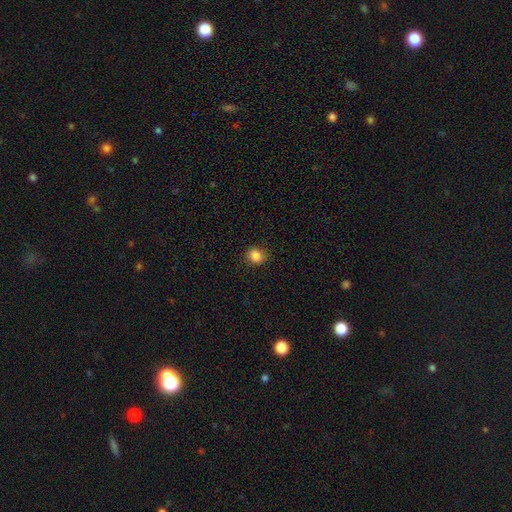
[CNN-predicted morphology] A smooth galaxy with no disk features (86%) that is round (77%).

Vote fractions:
- Smooth or featured? smooth: 86% / star or artifact: 10% / featured or disk: 4%
- How rounded? round: 77% / in between: 22% / cigar-shaped: 1%
- Merging? none: 83% / minor disturbance: 13% / major disturbance: 3% / merger: 1%